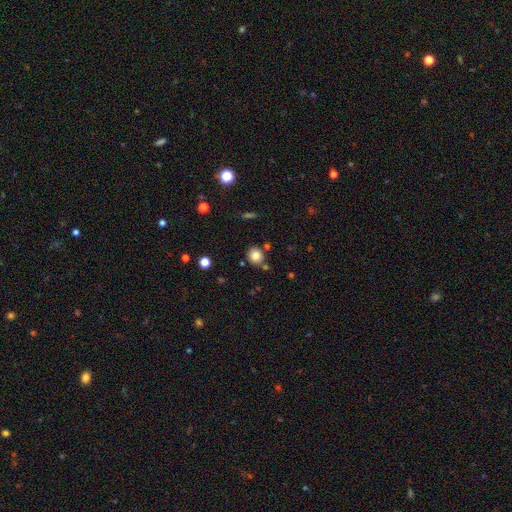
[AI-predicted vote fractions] Overall: smooth (82%). How rounded: round (84%). Merging: none (79%).